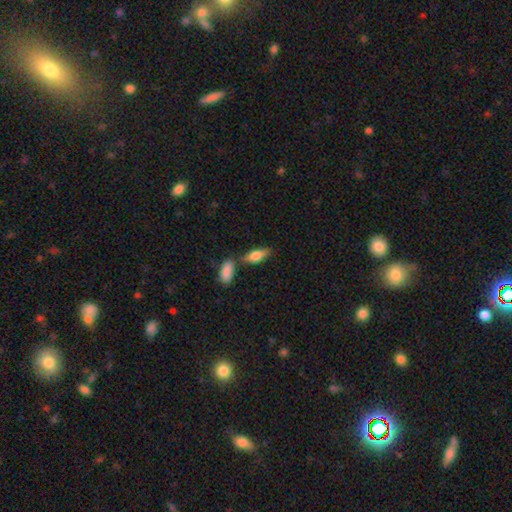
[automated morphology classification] Q: Smooth or featured?
A: smooth (72%); runner-up: featured or disk (22%)
Q: How rounded?
A: in between (70%); runner-up: cigar-shaped (27%)
Q: Merging?
A: none (58%); runner-up: merger (24%)